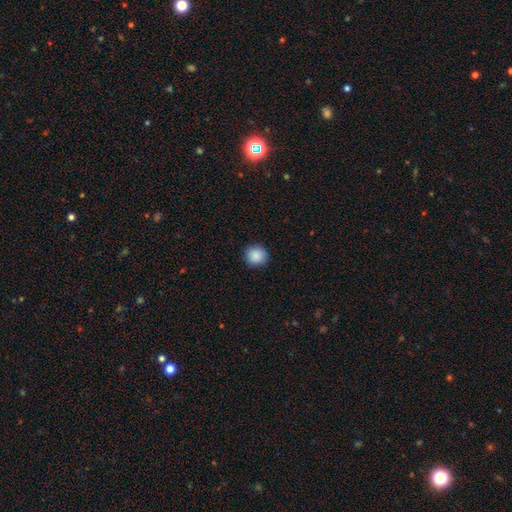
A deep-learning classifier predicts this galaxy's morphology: smooth 89%, star or artifact 8%, featured or disk 3%. Down the decision tree: how rounded — round (90%); merging — none (89%).